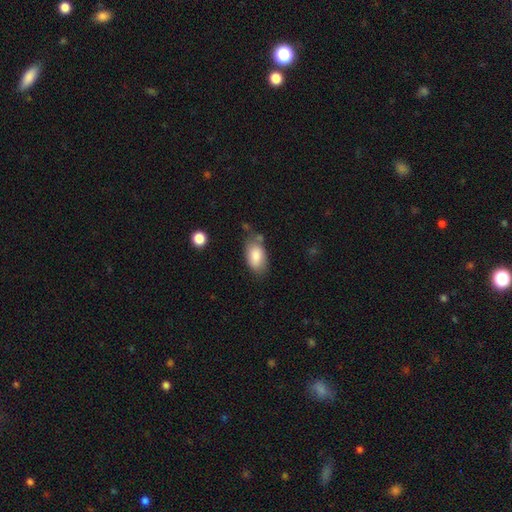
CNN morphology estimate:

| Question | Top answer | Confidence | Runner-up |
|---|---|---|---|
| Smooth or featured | smooth | 85% | featured or disk (9%) |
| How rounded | in between | 93% | round (4%) |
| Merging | none | 63% | minor disturbance (24%) |